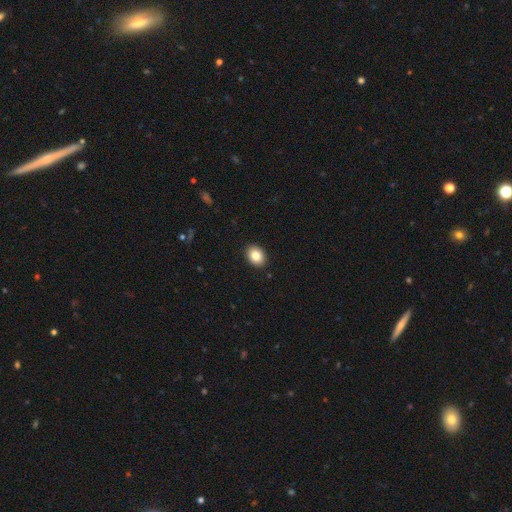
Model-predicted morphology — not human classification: The model was most divided on "how rounded": in between: 60%, round: 39%, cigar-shaped: 1%. More confident: merging — none (91%); smooth or featured — smooth (84%).